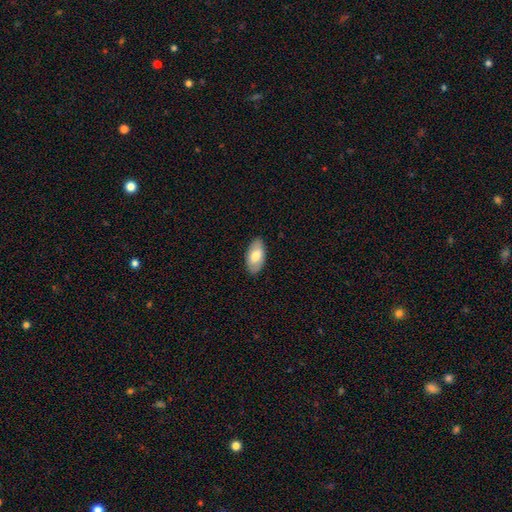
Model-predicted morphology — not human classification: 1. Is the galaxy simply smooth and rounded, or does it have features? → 73% smooth, 21% featured or disk, 6% star or artifact.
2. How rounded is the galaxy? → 94% in between, 3% cigar-shaped, 3% round.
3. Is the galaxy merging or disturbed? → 87% none, 10% minor disturbance, 2% major disturbance, 1% merger.